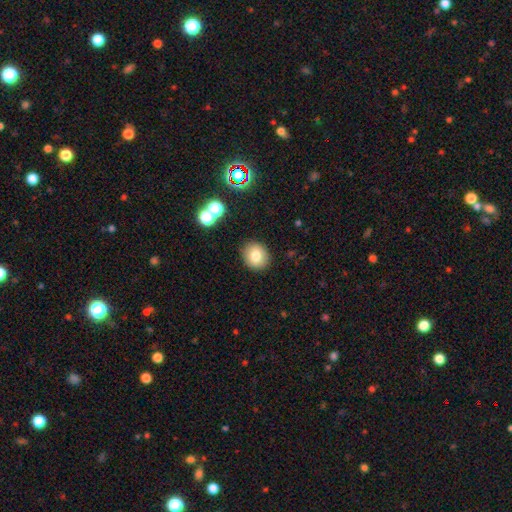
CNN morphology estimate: smooth_or_featured: smooth (p=0.78) [alt: featured or disk p=0.11]
how_rounded: round (p=0.77) [alt: in between p=0.22]
merging: none (p=0.89) [alt: minor disturbance p=0.07]